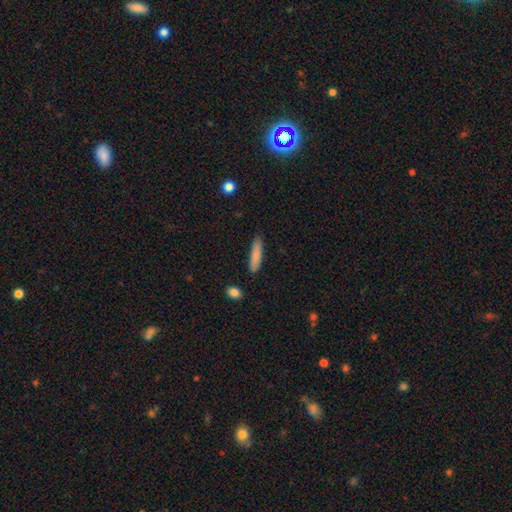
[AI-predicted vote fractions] Smooth or featured? smooth (84%)
How rounded? cigar-shaped (84%)
Merging? none (85%)